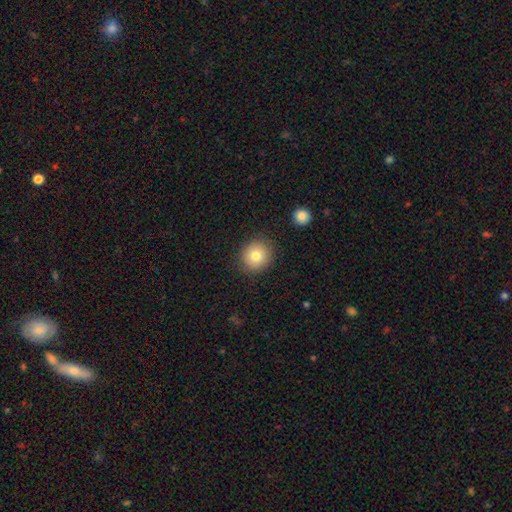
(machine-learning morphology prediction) Smooth or featured? smooth (80%)
How rounded? round (86%)
Merging? none (87%)